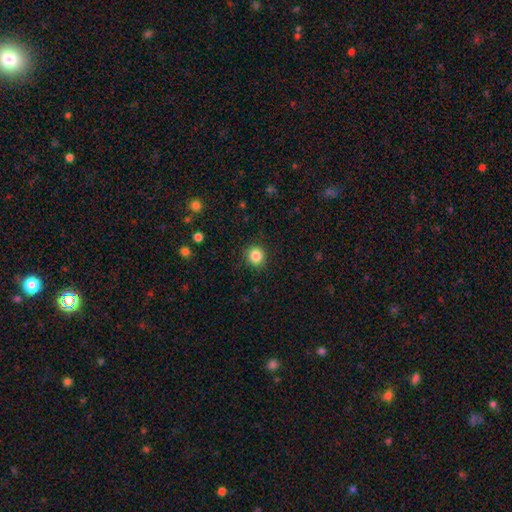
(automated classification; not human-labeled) smooth-or-featured: smooth: 85% | star or artifact: 10% | featured or disk: 4%
  how-rounded: round: 90% | in between: 9% | cigar-shaped: 1%
  merging: none: 89% | minor disturbance: 8% | major disturbance: 2% | merger: 1%